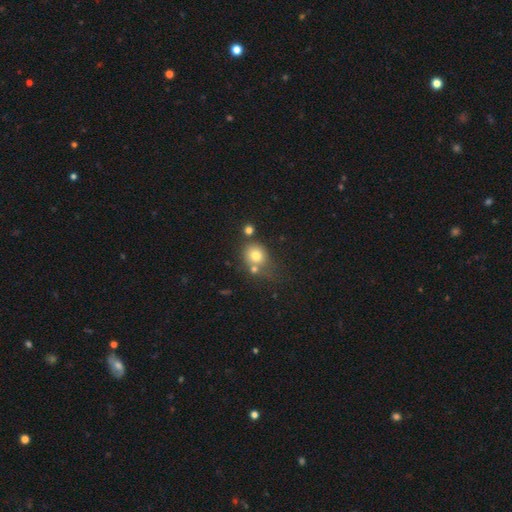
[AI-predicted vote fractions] Morphology: type=smooth (75%); roundness=round (73%); merging=none (50%).